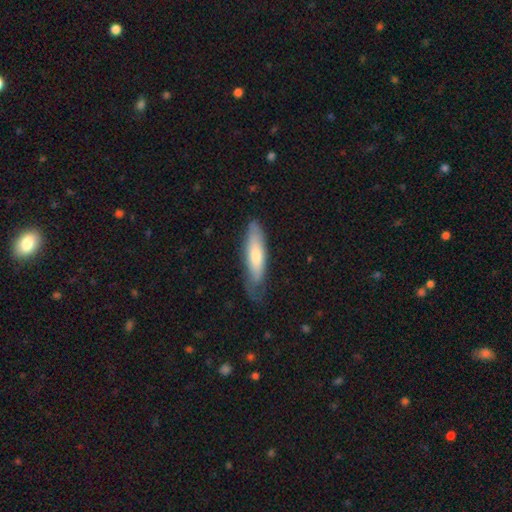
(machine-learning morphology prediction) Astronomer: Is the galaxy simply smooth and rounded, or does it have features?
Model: smooth — 61%.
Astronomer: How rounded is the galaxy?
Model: cigar-shaped — 70%.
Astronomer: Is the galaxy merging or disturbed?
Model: none — 60%.